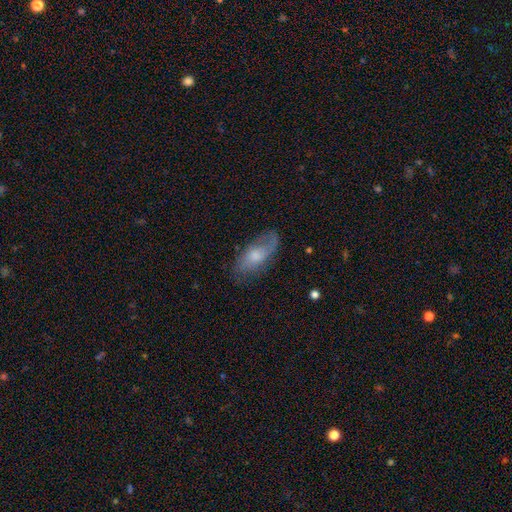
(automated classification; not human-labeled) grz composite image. It shows a smooth galaxy with no disk features (48%). Merging: none (69%).